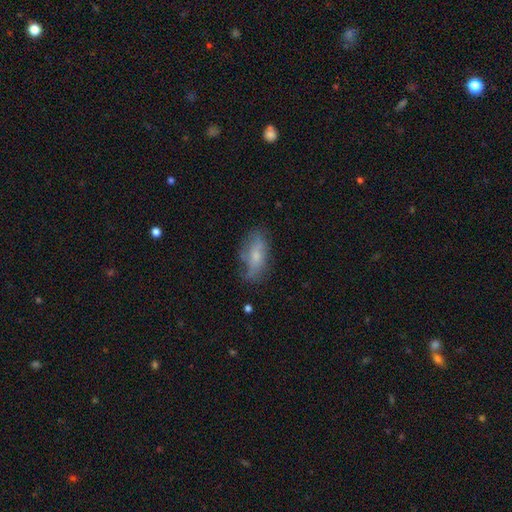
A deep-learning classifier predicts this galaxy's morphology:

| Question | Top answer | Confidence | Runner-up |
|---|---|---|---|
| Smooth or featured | smooth | 54% | featured or disk (38%) |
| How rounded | in between | 82% | cigar-shaped (14%) |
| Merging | none | 57% | minor disturbance (29%) |